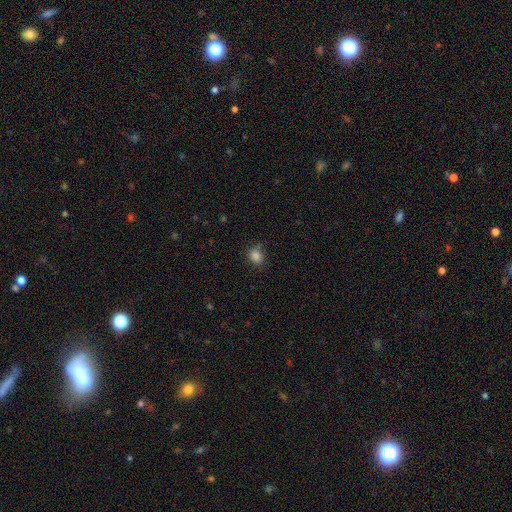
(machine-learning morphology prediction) Overall: smooth (84%). How rounded: round (51%; in between 48%). Merging: none (62%; minor disturbance 28%).